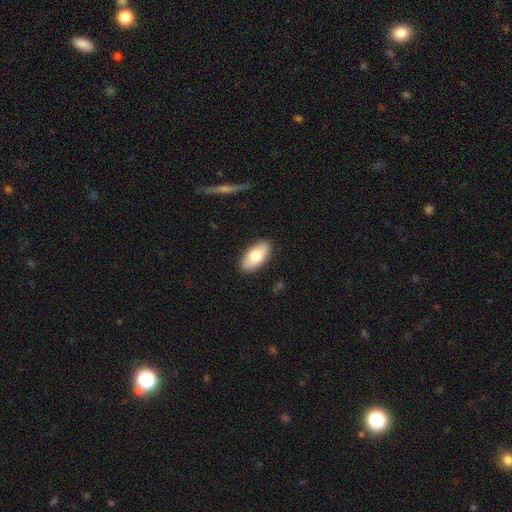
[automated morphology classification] type=smooth (76%); roundness=in between (92%); merging=none (89%).